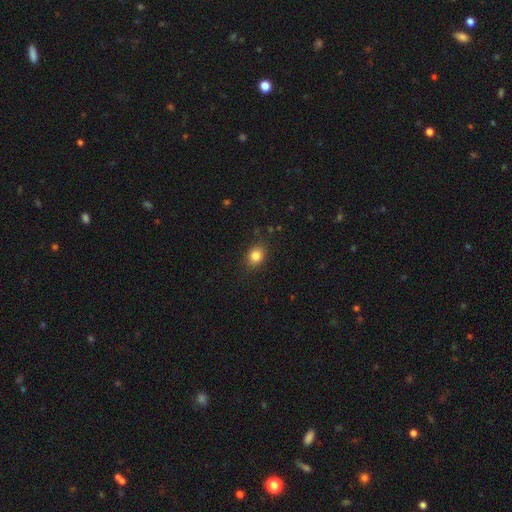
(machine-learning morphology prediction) Smooth or featured: smooth — 83% (star or artifact — 10%)
How rounded: in between — 52% (round — 46%)
Merging: none — 84% (minor disturbance — 11%)